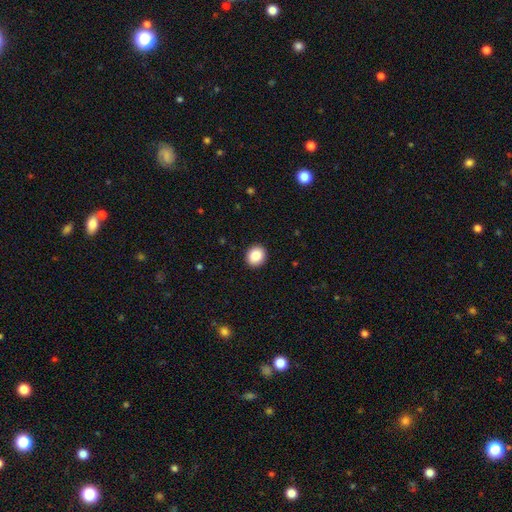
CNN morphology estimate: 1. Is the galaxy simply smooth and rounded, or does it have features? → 86% smooth, 9% star or artifact, 5% featured or disk.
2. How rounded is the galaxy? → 79% round, 20% in between, 1% cigar-shaped.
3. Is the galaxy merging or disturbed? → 92% none, 5% minor disturbance, 2% major disturbance, 1% merger.